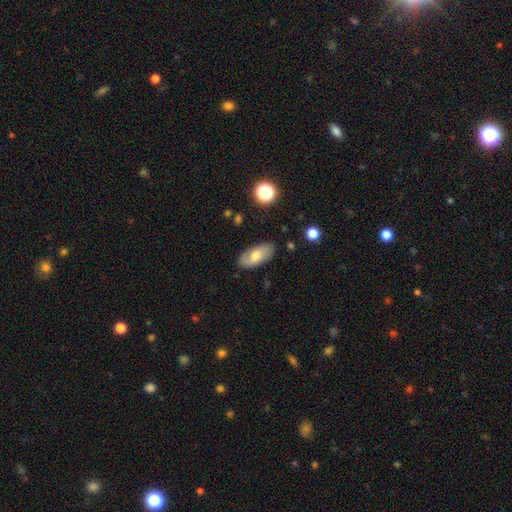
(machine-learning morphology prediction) type=smooth (64%); roundness=in between (91%); merging=none (81%).